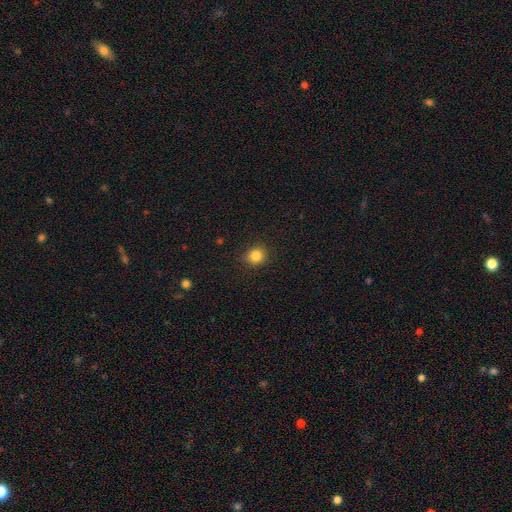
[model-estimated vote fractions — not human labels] Overall: smooth (84%). How rounded: round (84%). Merging: none (87%).